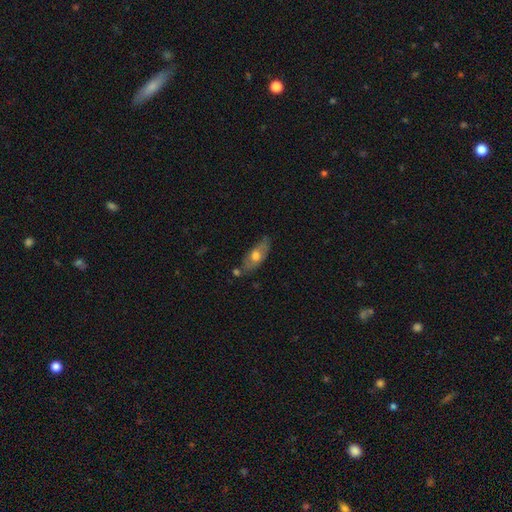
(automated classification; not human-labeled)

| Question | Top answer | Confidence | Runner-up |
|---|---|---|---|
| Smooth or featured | smooth | 54% | featured or disk (40%) |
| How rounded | in between | 75% | cigar-shaped (22%) |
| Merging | none | 67% | minor disturbance (21%) |